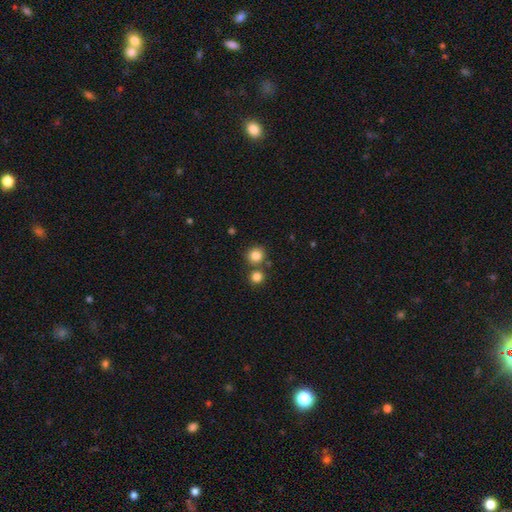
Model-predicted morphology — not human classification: A smooth galaxy with no disk features (83%) that is round (89%). Merging: none (72%).